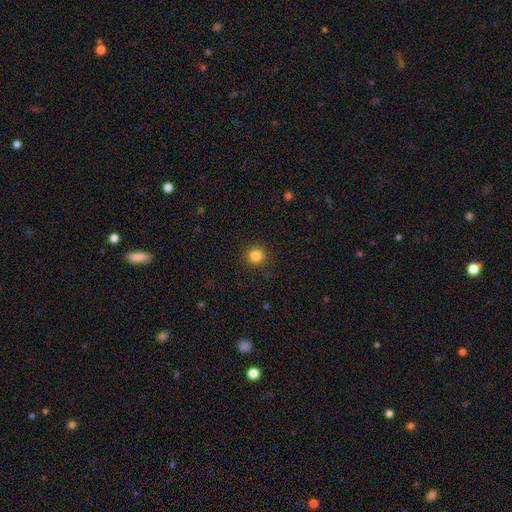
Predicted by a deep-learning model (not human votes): This appears to be a smooth galaxy with no disk features (84%) that is round (93%). Merging: none (90%).